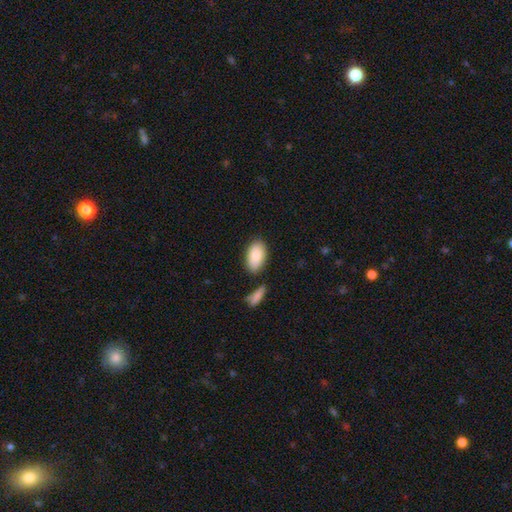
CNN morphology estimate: Q: Smooth or featured?
A: smooth (86%); runner-up: featured or disk (8%)
Q: How rounded?
A: in between (94%); runner-up: round (4%)
Q: Merging?
A: none (75%); runner-up: minor disturbance (13%)